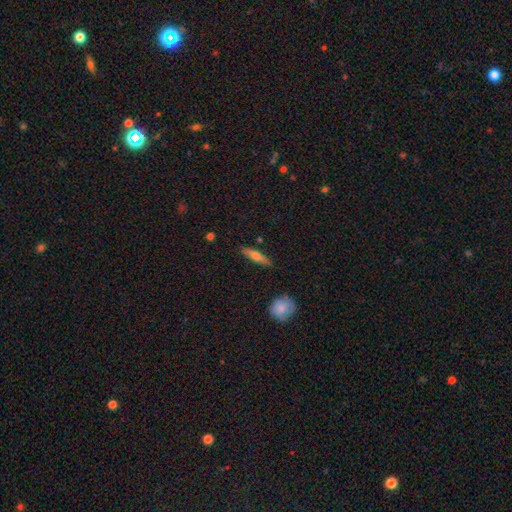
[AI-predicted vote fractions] Smooth or featured? Predicted: smooth (p=0.56). How rounded? Predicted: cigar-shaped (p=0.79). Merging? Predicted: none (p=0.87).